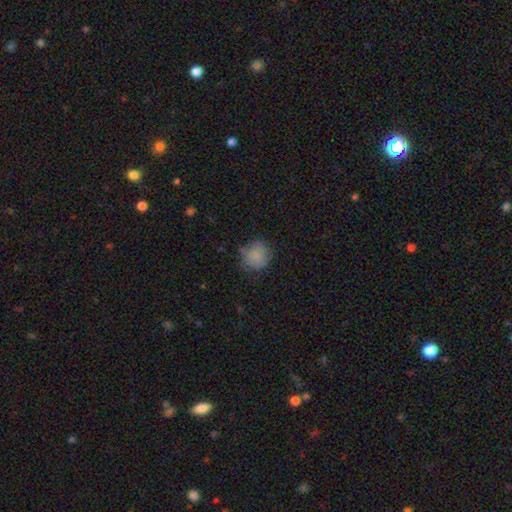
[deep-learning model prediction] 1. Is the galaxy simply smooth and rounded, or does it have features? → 78% smooth, 12% featured or disk, 10% star or artifact.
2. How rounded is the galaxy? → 82% round, 17% in between, 1% cigar-shaped.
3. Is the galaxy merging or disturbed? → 67% none, 24% minor disturbance, 7% major disturbance, 2% merger.